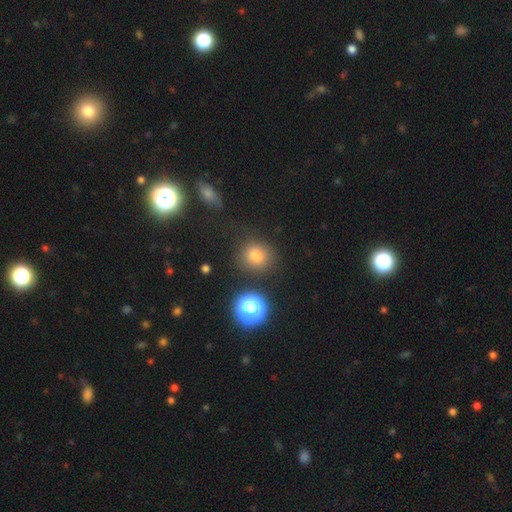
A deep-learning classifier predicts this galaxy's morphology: The model was most divided on "smooth or featured": smooth: 74%, star or artifact: 20%, featured or disk: 7%. More confident: merging — none (84%); how rounded — round (80%).